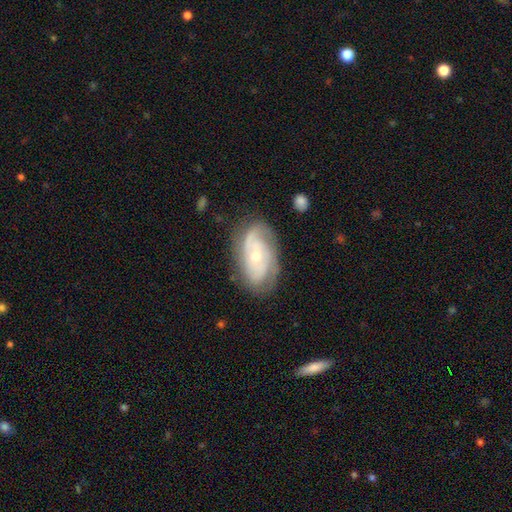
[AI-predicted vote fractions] smooth_or_featured: featured or disk (p=0.78) [alt: smooth p=0.17]
disk_edge_on: no (p=0.95) [alt: yes p=0.05]
bar: no (p=0.70) [alt: weak p=0.25]
has_spiral_arms: yes (p=0.91) [alt: no p=0.09]
spiral_winding: tight (p=0.55) [alt: medium p=0.34]
spiral_arm_count: 2 (p=0.36) [alt: can't tell p=0.32]
bulge_size: small (p=0.57) [alt: moderate p=0.39]
merging: none (p=0.72) [alt: minor disturbance p=0.19]